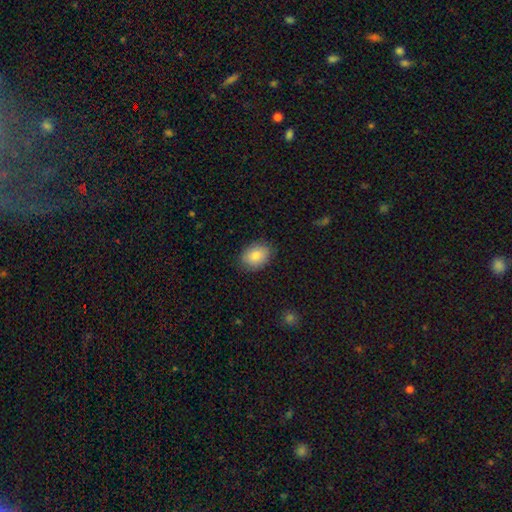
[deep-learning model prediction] Smooth or featured? Predicted: smooth (p=0.84). How rounded? Predicted: in between (p=0.71). Merging? Predicted: none (p=0.84).